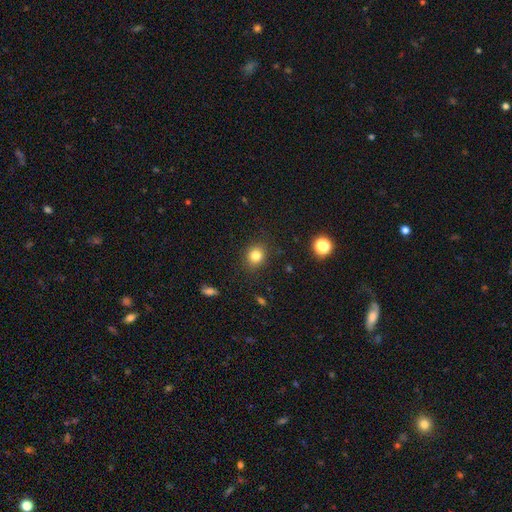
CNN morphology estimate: Smooth or featured?
  - smooth: 82% *
  - star or artifact: 12%
  - featured or disk: 6%
How rounded?
  - round: 70% *
  - in between: 29%
  - cigar-shaped: 1%
Merging?
  - none: 87% *
  - minor disturbance: 9%
  - major disturbance: 3%
  - merger: 1%